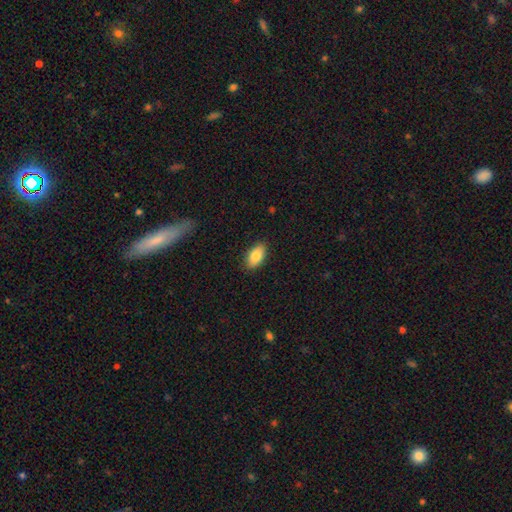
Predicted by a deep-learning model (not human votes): Smooth or featured: smooth — 85% (featured or disk — 8%)
How rounded: in between — 93% (round — 4%)
Merging: none — 88% (minor disturbance — 9%)